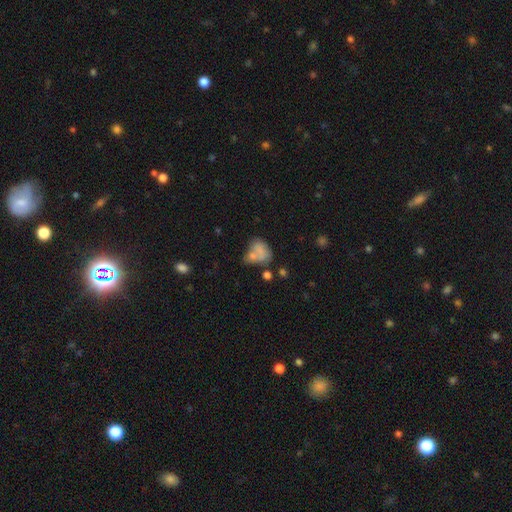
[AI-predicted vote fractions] Smooth or featured? Predicted: smooth (p=0.70). How rounded? Predicted: in between (p=0.69). Merging? Predicted: merger (p=0.39).